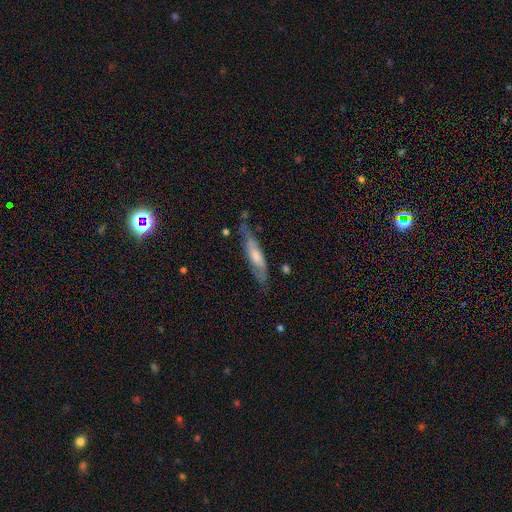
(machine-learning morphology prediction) Q: Smooth or featured?
A: featured or disk (59%); runner-up: smooth (34%)
Q: Edge-on disk?
A: yes (52%); runner-up: no (48%)
Q: Merging?
A: none (65%); runner-up: minor disturbance (23%)